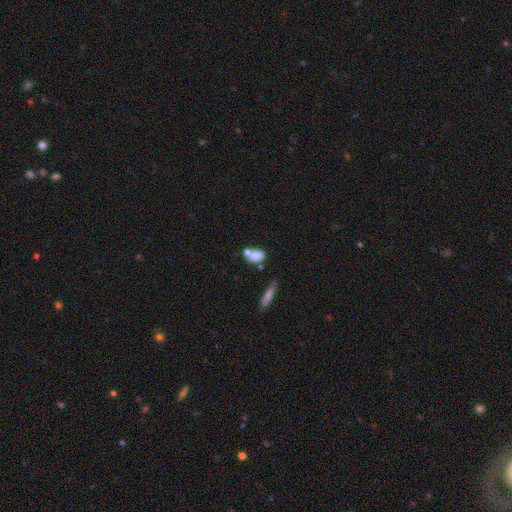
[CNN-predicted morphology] The model was most divided on "merging": merger: 41%, none: 40%, minor disturbance: 13%, major disturbance: 6%. More confident: smooth or featured — smooth (78%); how rounded — in between (65%).